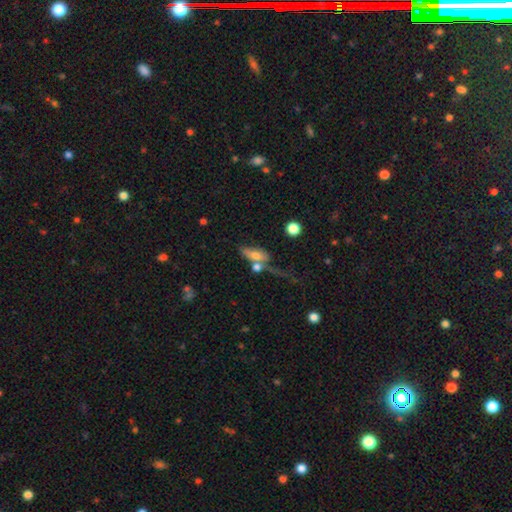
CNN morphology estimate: smooth-or-featured: smooth: 57% | featured or disk: 33% | star or artifact: 10%
  how-rounded: in between: 71% | cigar-shaped: 21% | round: 7%
  merging: merger: 35% | none: 29% | major disturbance: 20% | minor disturbance: 16%